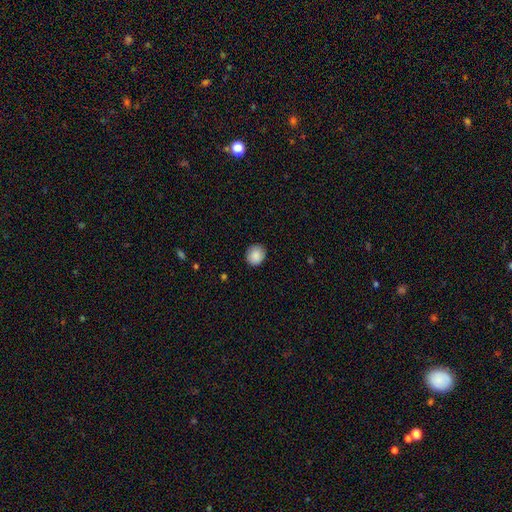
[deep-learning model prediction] Q: Smooth or featured?
A: smooth (89%); runner-up: star or artifact (8%)
Q: How rounded?
A: round (76%); runner-up: in between (23%)
Q: Merging?
A: none (89%); runner-up: minor disturbance (8%)